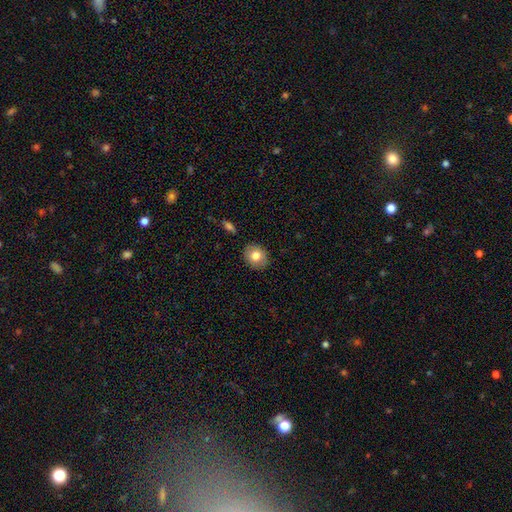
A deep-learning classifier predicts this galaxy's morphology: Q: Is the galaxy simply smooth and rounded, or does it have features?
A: smooth — 80%.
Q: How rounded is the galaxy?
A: round — 63%.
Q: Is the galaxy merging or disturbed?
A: none — 88%.